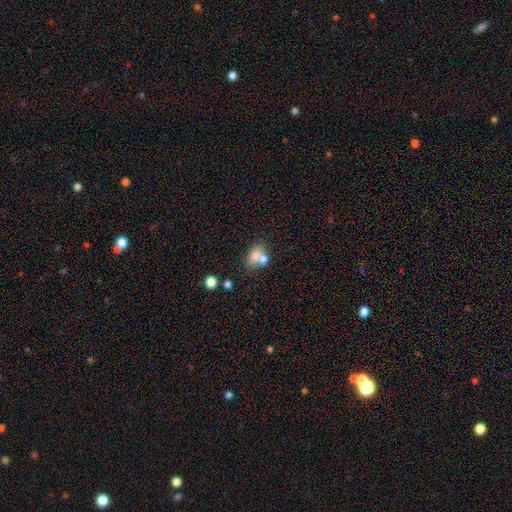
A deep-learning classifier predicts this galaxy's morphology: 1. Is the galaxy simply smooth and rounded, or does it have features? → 74% smooth, 15% featured or disk, 11% star or artifact.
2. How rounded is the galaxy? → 71% in between, 27% round, 2% cigar-shaped.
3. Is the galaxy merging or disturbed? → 41% merger (tied), 41% none (tied), 12% minor disturbance, 5% major disturbance.